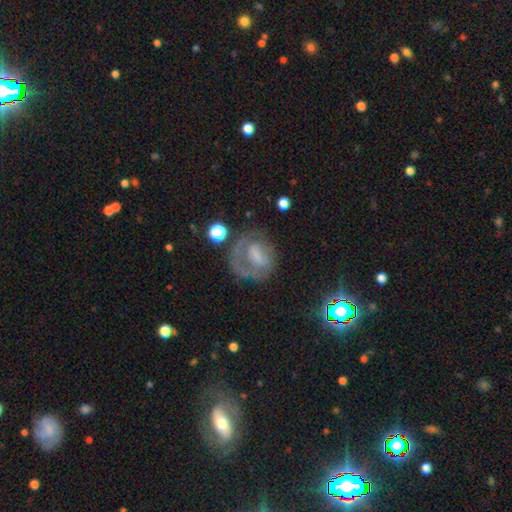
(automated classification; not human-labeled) smooth_or_featured: featured or disk (p=0.54) [alt: smooth p=0.32]
disk_edge_on: no (p=0.96) [alt: yes p=0.04]
bar: no (p=0.48) [alt: weak p=0.35]
has_spiral_arms: yes (p=0.54) [alt: no p=0.46]
bulge_size: none (p=0.42) [alt: moderate p=0.23]
merging: none (p=0.46) [alt: major disturbance p=0.29]